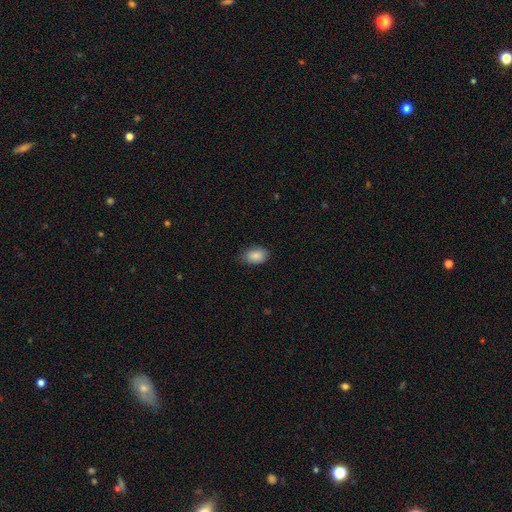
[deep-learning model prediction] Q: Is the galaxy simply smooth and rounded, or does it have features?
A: smooth — 88%.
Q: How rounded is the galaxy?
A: in between — 87%.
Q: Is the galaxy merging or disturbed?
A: none — 77%.